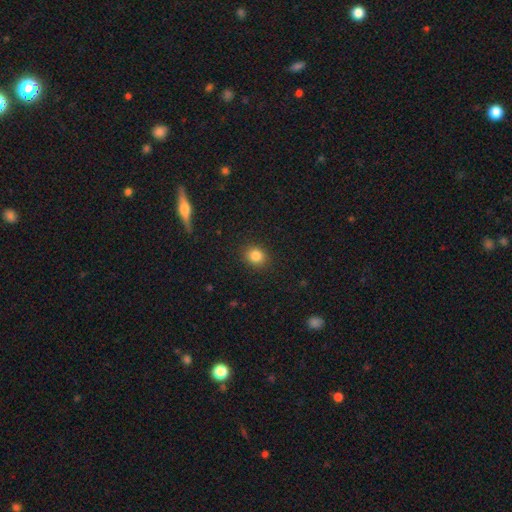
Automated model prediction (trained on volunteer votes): Overall: smooth (84%). How rounded: round (73%). Merging: none (90%).